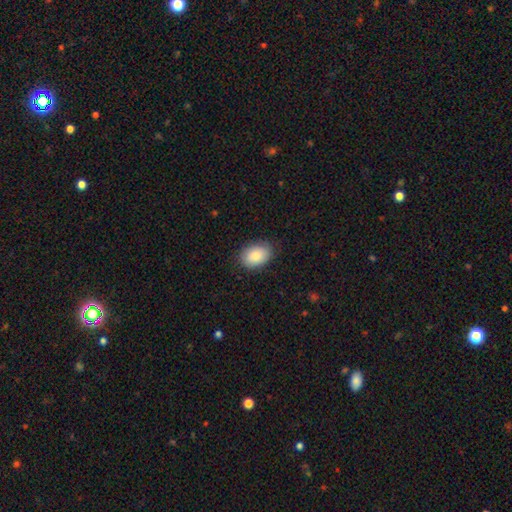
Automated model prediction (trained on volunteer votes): smooth-or-featured: smooth: 86% | featured or disk: 7% | star or artifact: 6%
  how-rounded: in between: 84% | round: 15% | cigar-shaped: 1%
  merging: none: 84% | minor disturbance: 13% | major disturbance: 3% | merger: 1%